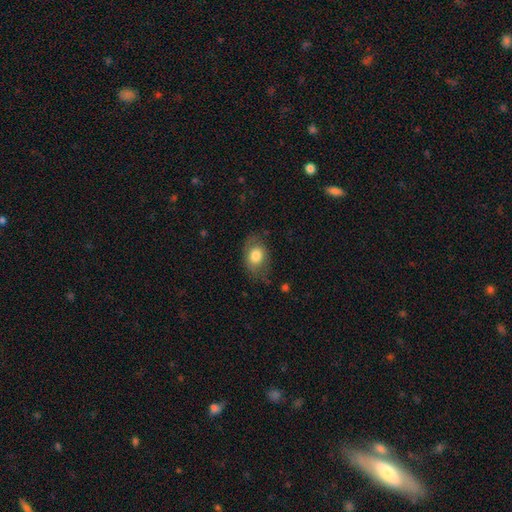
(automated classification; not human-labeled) smooth-or-featured: smooth: 76% | featured or disk: 17% | star or artifact: 7%
  how-rounded: in between: 76% | round: 22% | cigar-shaped: 1%
  merging: none: 65% | minor disturbance: 24% | major disturbance: 9% | merger: 2%